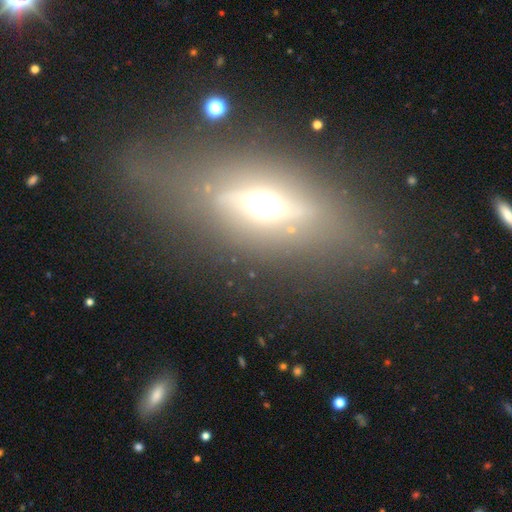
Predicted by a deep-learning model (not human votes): Smooth or featured? Predicted: featured or disk (p=0.59). Edge-on disk? Predicted: yes (p=0.69). Merging? Predicted: none (p=0.66).